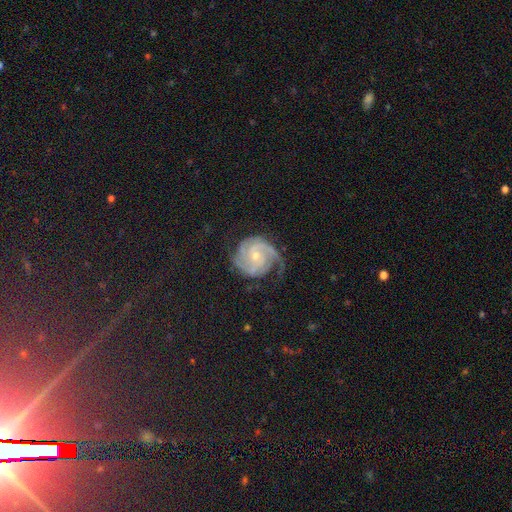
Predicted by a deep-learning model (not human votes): This is clearly a featured or disk galaxy (89%). It is clearly not viewed edge-on (98%). Bar: likely no (68%). Spiral arm pattern: clearly yes (98%). Spiral arm count: marginally 3 (35%). Spiral winding: likely tight (63%). Central bulge: likely small (63%). Merging: likely none (66%).